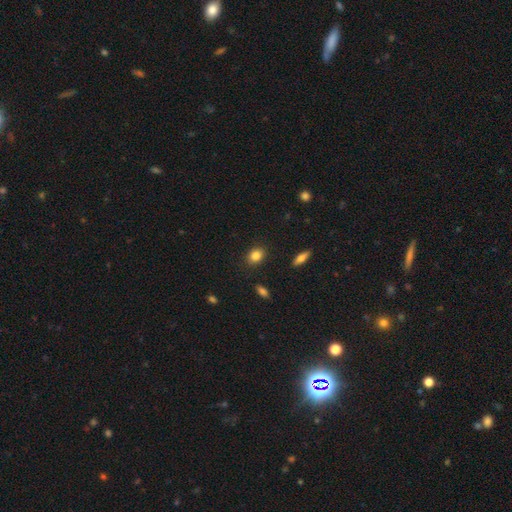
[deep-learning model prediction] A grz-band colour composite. It shows a smooth galaxy with no disk features (84%) that is in between round and cigar-shaped (58%). Merging: none (86%).